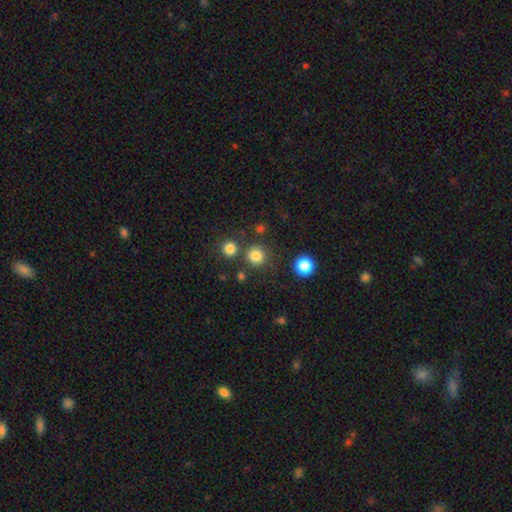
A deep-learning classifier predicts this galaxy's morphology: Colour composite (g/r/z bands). It shows a smooth galaxy with no disk features (82%) that is round (94%). Merging: none (83%).